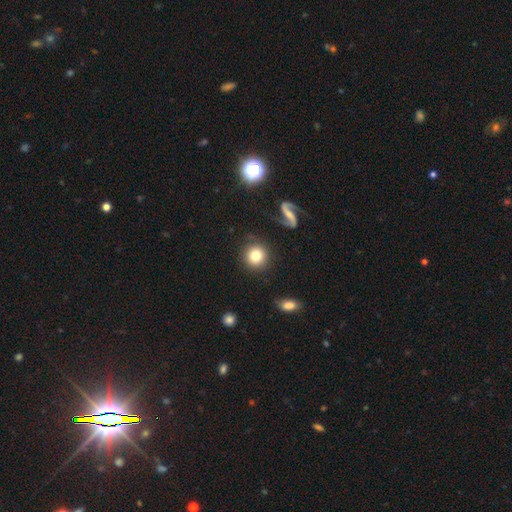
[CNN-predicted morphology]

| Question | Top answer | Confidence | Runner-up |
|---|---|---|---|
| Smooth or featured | smooth | 75% | featured or disk (15%) |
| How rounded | round | 93% | in between (6%) |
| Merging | none | 86% | minor disturbance (8%) |